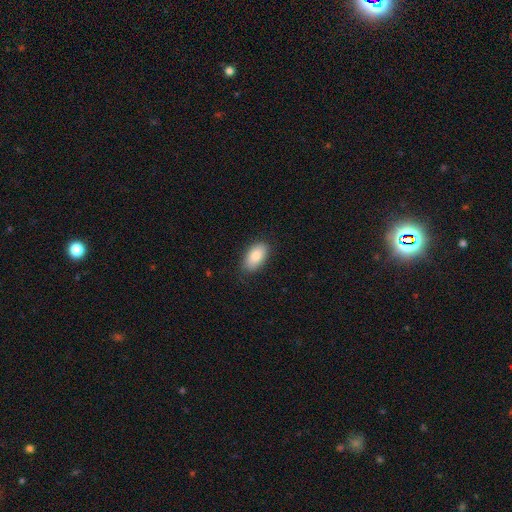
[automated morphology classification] This is clearly a smooth galaxy (85%). How rounded: clearly in between (93%). Merging: clearly none (84%).